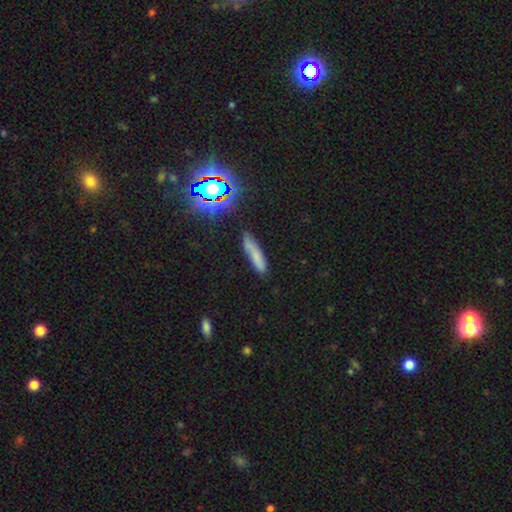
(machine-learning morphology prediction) Smooth or featured: smooth — 67% (featured or disk — 17%)
How rounded: cigar-shaped — 80% (in between — 17%)
Merging: none — 69% (minor disturbance — 21%)